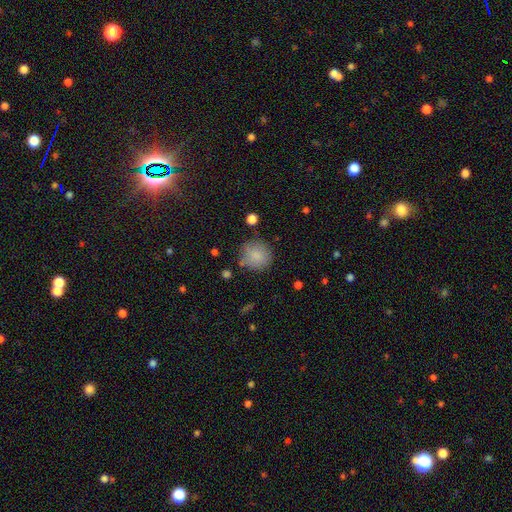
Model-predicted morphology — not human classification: Smooth or featured? Predicted: smooth (p=0.85). How rounded? Predicted: round (p=0.92). Merging? Predicted: none (p=0.76).